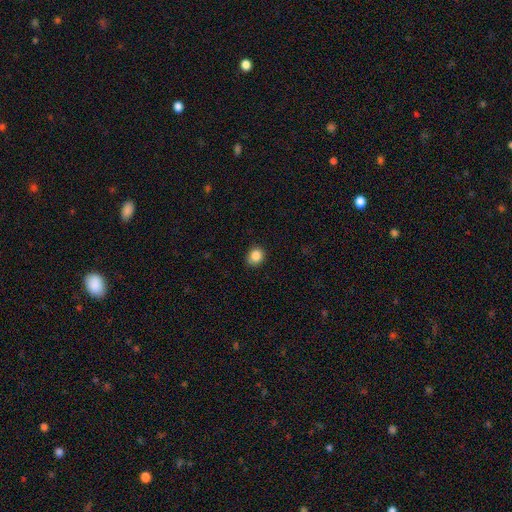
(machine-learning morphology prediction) A smooth galaxy with no disk features (86%) that is round (73%). Merging: none (86%).